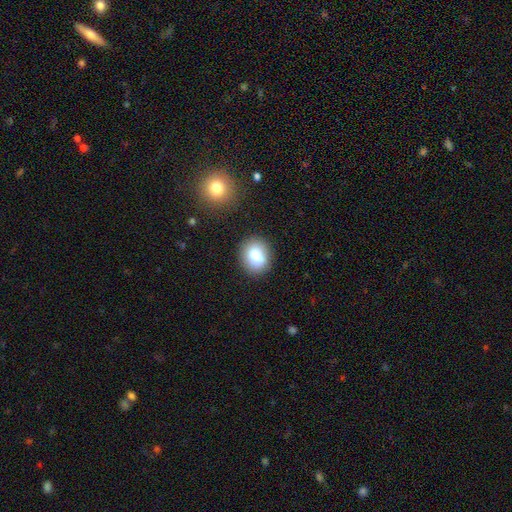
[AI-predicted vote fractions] A smooth galaxy with no disk features (79%) that is round (58%).

Vote fractions:
- Smooth or featured? smooth: 79% / featured or disk: 11% / star or artifact: 10%
- How rounded? round: 58% / in between: 42% / cigar-shaped: 1%
- Merging? none: 87% / minor disturbance: 9% / major disturbance: 3% / merger: 2%